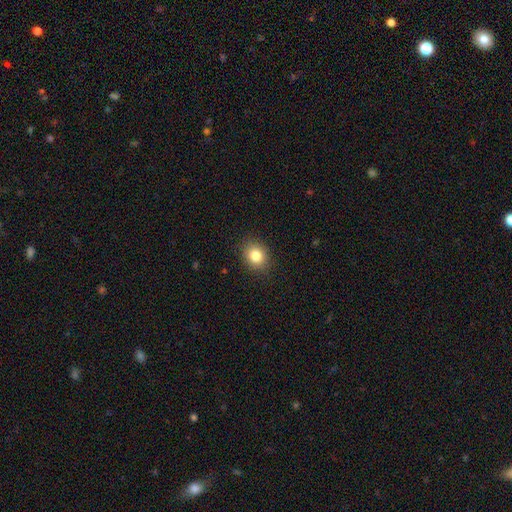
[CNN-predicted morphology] This appears to be a smooth galaxy with no disk features (83%) that is round (62%). Merging: none (88%).